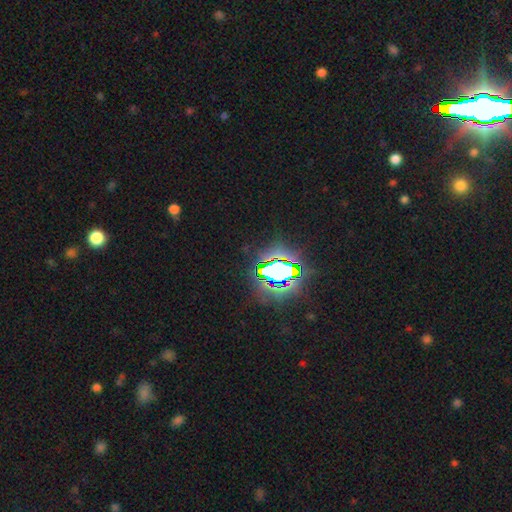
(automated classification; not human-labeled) Q: Smooth or featured?
A: star or artifact (81%); runner-up: smooth (12%)